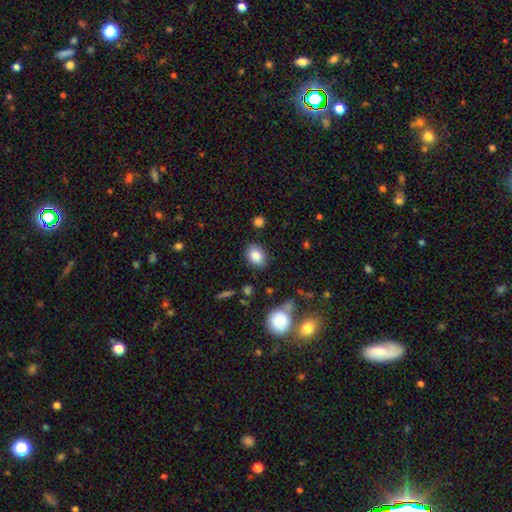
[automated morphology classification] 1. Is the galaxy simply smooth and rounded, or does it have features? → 85% smooth, 8% star or artifact, 7% featured or disk.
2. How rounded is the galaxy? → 60% in between, 39% round, 1% cigar-shaped.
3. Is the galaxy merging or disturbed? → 80% none, 14% minor disturbance, 4% major disturbance, 2% merger.